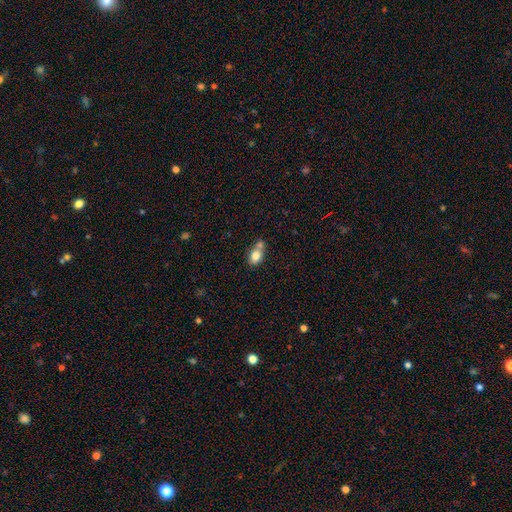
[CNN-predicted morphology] This appears to be a smooth galaxy with no disk features (79%) that is in between round and cigar-shaped (72%). Merging: merger (45%).